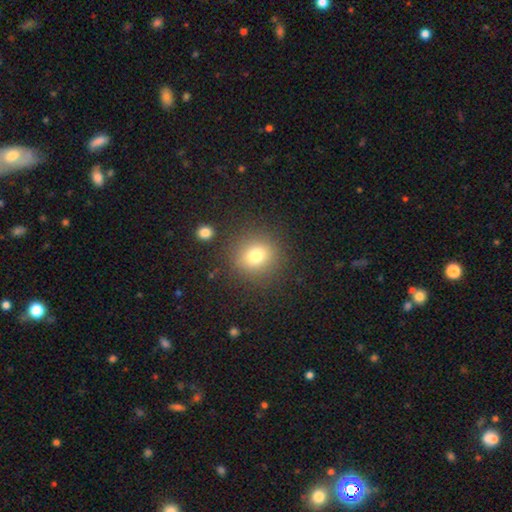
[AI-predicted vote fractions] Morphology: type=smooth (76%); roundness=round (84%); merging=none (85%).